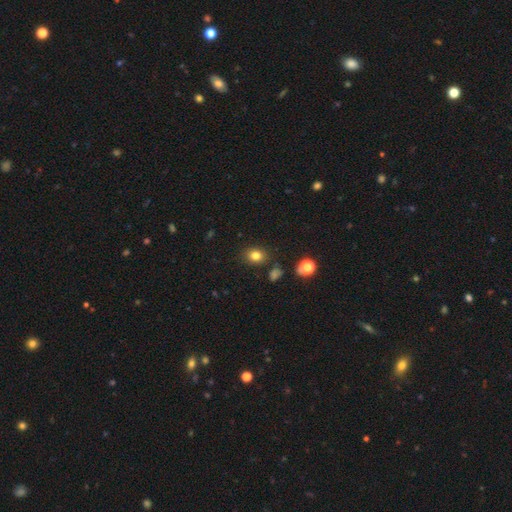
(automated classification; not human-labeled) smooth 81%, star or artifact 13%, featured or disk 7%. Down the decision tree: how rounded — round (52%); merging — none (83%).